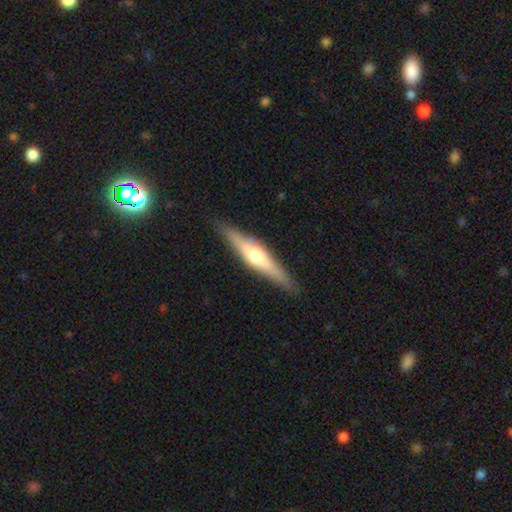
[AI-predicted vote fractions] This appears to be a featured or disk galaxy (64%) viewed edge-on (95%) with a rounded central bulge (89%). Merging: none (89%).